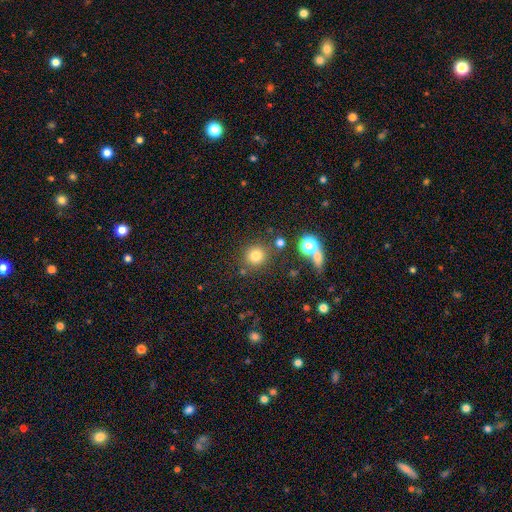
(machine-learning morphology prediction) This appears to be a smooth galaxy with no disk features (76%) that is round (90%). Merging: none (80%).